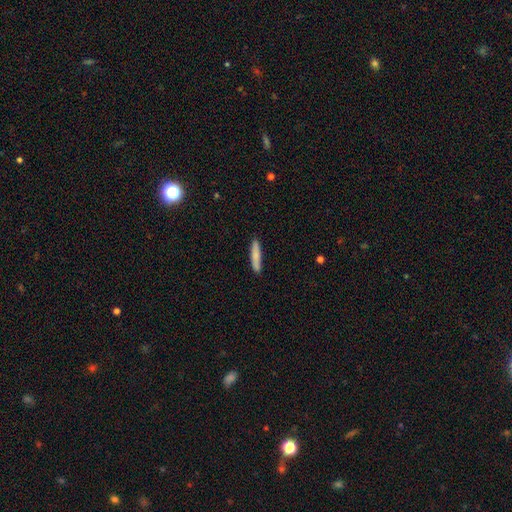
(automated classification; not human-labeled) Smooth or featured? Predicted: smooth (p=0.81). How rounded? Predicted: cigar-shaped (p=0.89). Merging? Predicted: none (p=0.86).